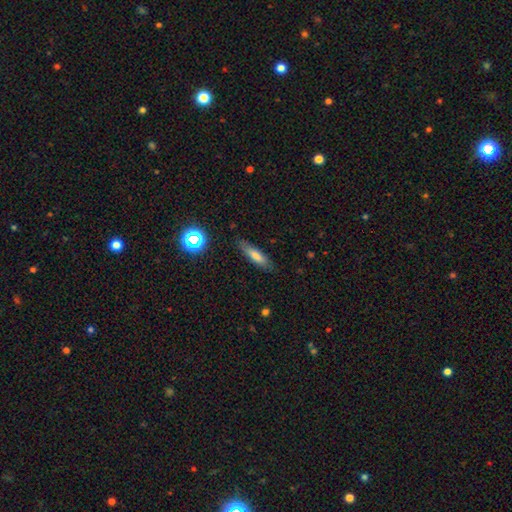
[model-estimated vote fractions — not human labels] smooth_or_featured: smooth (p=0.68) [alt: featured or disk p=0.22]
how_rounded: cigar-shaped (p=0.67) [alt: in between p=0.30]
merging: none (p=0.83) [alt: minor disturbance p=0.13]